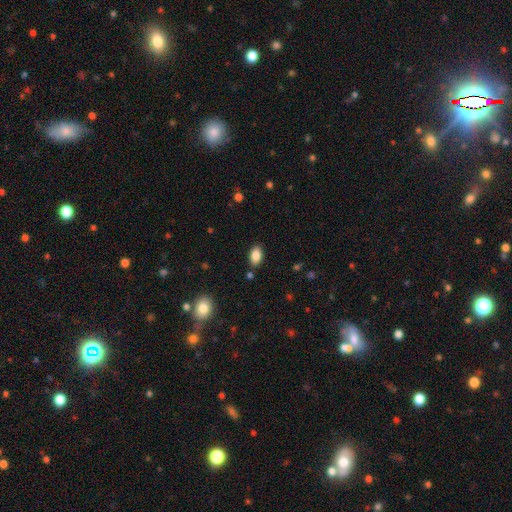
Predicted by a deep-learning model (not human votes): Q: Smooth or featured?
A: smooth (87%); runner-up: star or artifact (8%)
Q: How rounded?
A: in between (92%); runner-up: round (6%)
Q: Merging?
A: none (86%); runner-up: minor disturbance (10%)